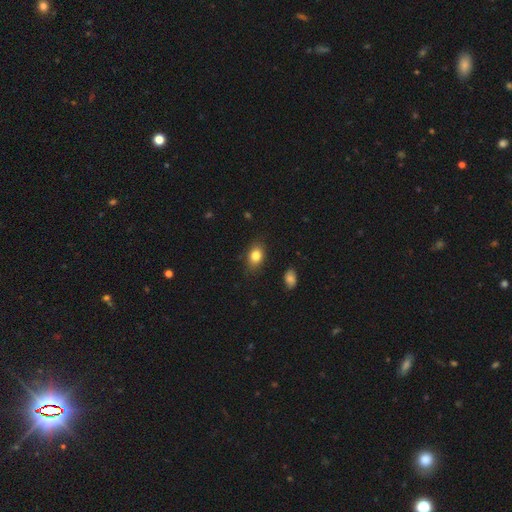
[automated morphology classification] smooth_or_featured: smooth (p=0.82) [alt: star or artifact p=0.09]
how_rounded: in between (p=0.79) [alt: round p=0.19]
merging: none (p=0.82) [alt: minor disturbance p=0.13]